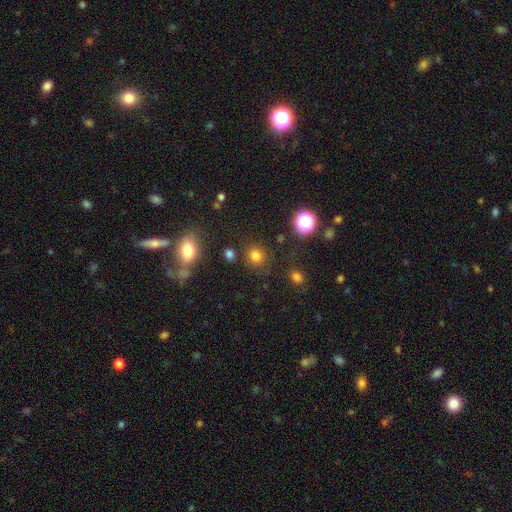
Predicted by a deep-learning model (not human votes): A smooth galaxy with no disk features (77%) that is round (83%).

Vote fractions:
- Smooth or featured? smooth: 77% / star or artifact: 17% / featured or disk: 6%
- How rounded? round: 83% / in between: 16% / cigar-shaped: 1%
- Merging? none: 80% / minor disturbance: 10% / merger: 5% / major disturbance: 4%